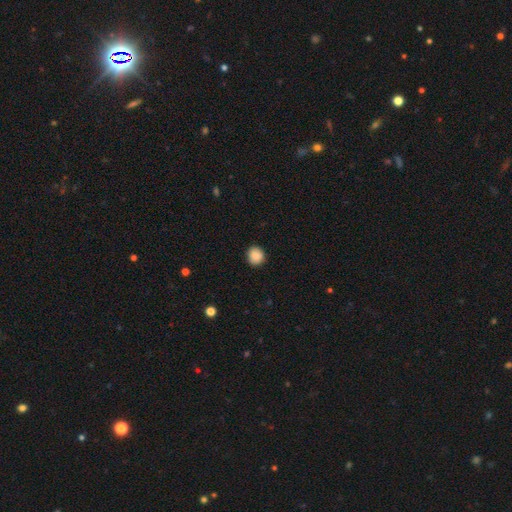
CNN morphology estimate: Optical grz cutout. It shows a smooth galaxy with no disk features (88%) that is round (83%). Merging: none (88%).